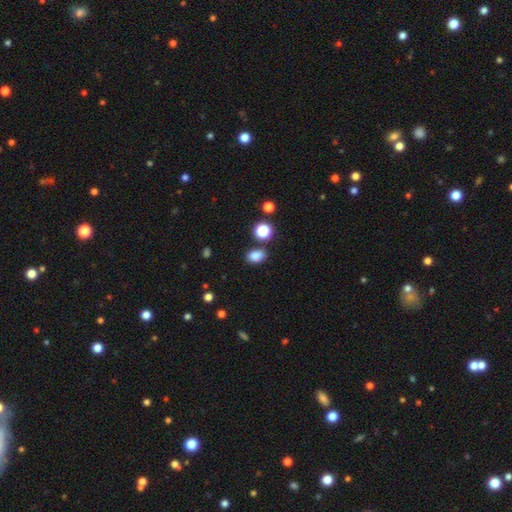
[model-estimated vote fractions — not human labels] A smooth galaxy with no disk features (83%) that is in between round and cigar-shaped (74%).

Vote fractions:
- Smooth or featured? smooth: 83% / star or artifact: 12% / featured or disk: 5%
- How rounded? in between: 74% / round: 25% / cigar-shaped: 1%
- Merging? none: 78% / minor disturbance: 11% / merger: 7% / major disturbance: 3%